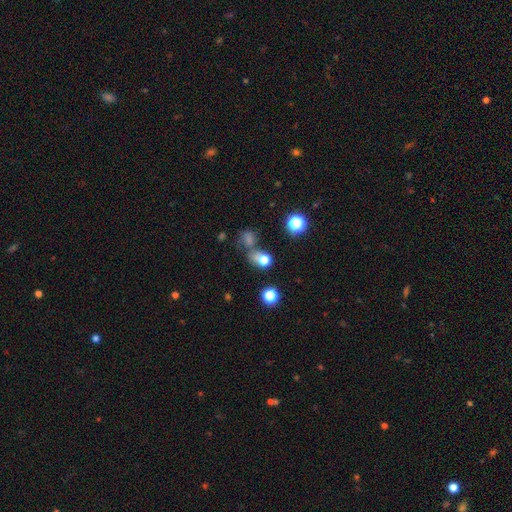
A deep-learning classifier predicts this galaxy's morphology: smooth 45%, star or artifact 40%, featured or disk 15%. Down the decision tree: merging — none (52%).